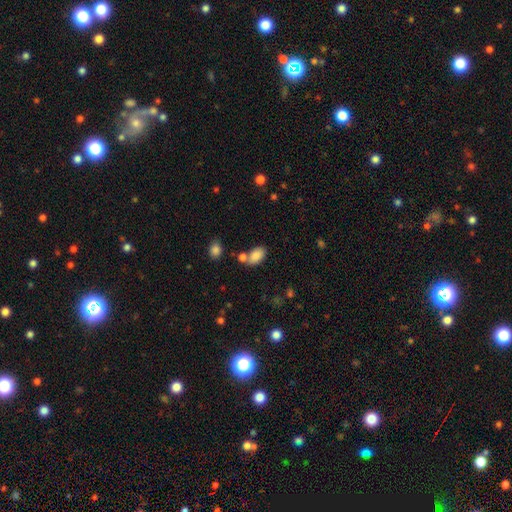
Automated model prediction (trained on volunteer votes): The model was most divided on "merging": none: 62%, merger: 21%, minor disturbance: 13%, major disturbance: 4%. More confident: how rounded — in between (92%); smooth or featured — smooth (84%).